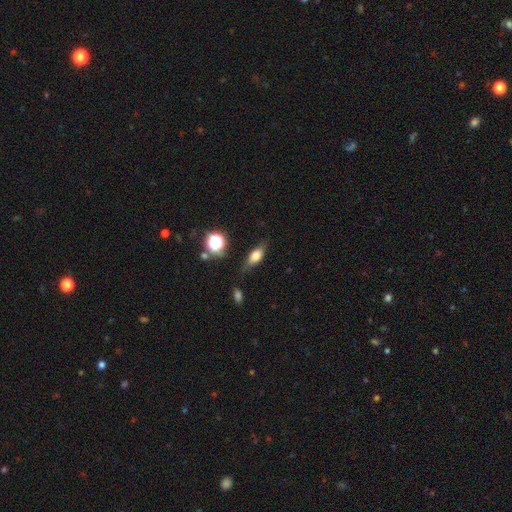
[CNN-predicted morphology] Smooth or featured? smooth (68%)
How rounded? in between (71%)
Merging? none (69%)